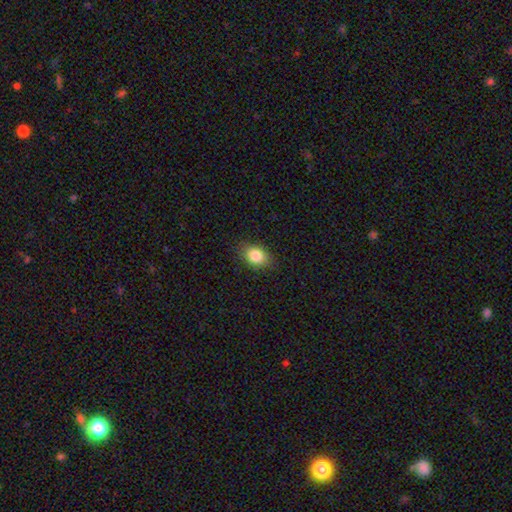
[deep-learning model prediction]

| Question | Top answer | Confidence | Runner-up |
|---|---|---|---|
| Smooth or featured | smooth | 85% | star or artifact (9%) |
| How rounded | in between | 71% | round (27%) |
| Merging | none | 84% | minor disturbance (12%) |